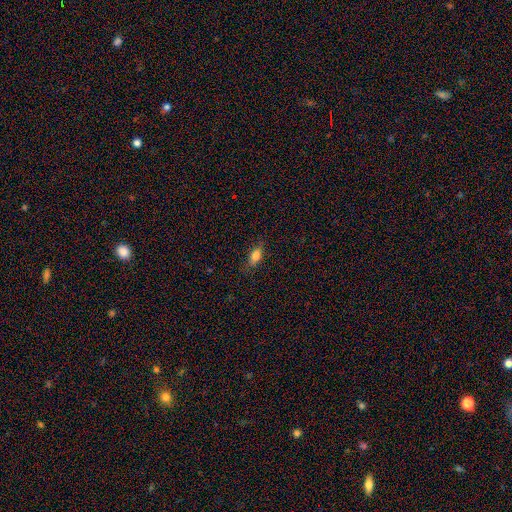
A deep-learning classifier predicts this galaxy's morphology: smooth 79%, featured or disk 12%, star or artifact 9%. Down the decision tree: how rounded — in between (80%); merging — none (79%).